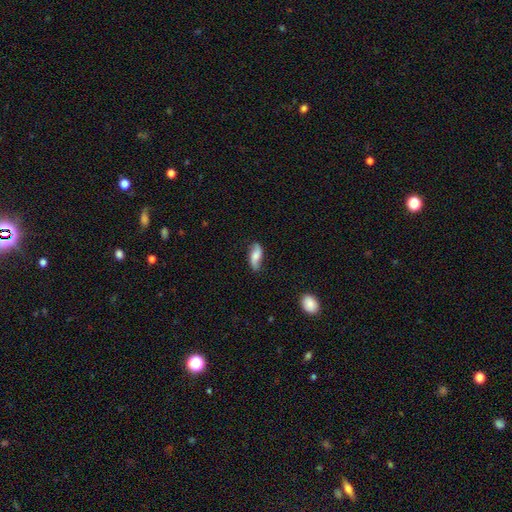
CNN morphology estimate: smooth-or-featured: smooth: 49% | featured or disk: 44% | star or artifact: 7%
  merging: none: 75% | minor disturbance: 19% | major disturbance: 4% | merger: 2%